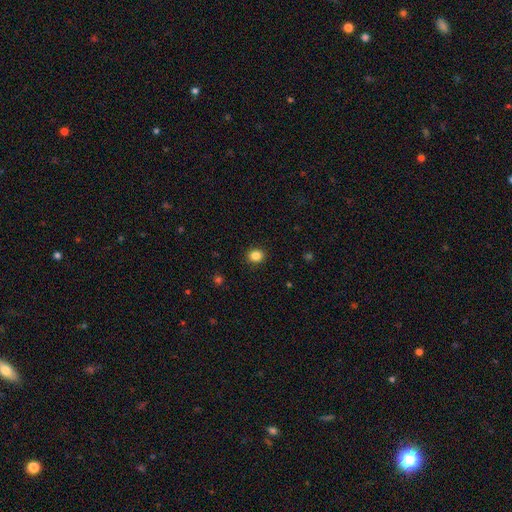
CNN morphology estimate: Smooth or featured?
  - smooth: 86% *
  - star or artifact: 11%
  - featured or disk: 4%
How rounded?
  - round: 73% *
  - in between: 26%
  - cigar-shaped: 1%
Merging?
  - none: 91% *
  - minor disturbance: 6%
  - major disturbance: 2%
  - merger: 1%